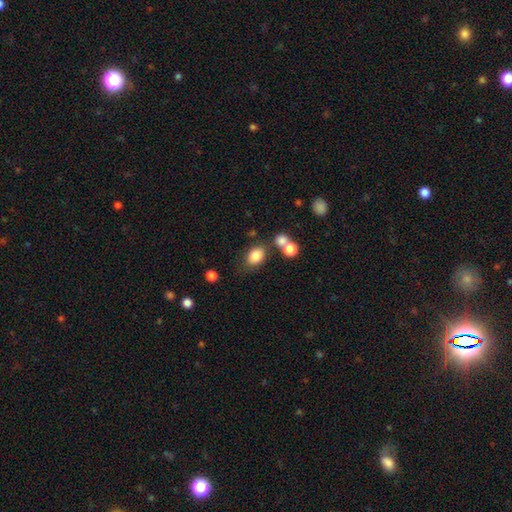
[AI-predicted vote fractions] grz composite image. It shows a smooth galaxy with no disk features (83%) that is in between round and cigar-shaped (65%). Merging: none (67%).